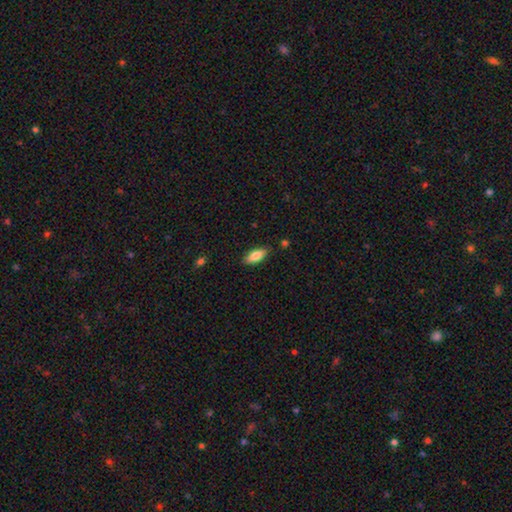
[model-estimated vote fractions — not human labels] This is likely a smooth galaxy (79%). How rounded: clearly in between (80%). Merging: clearly none (85%).